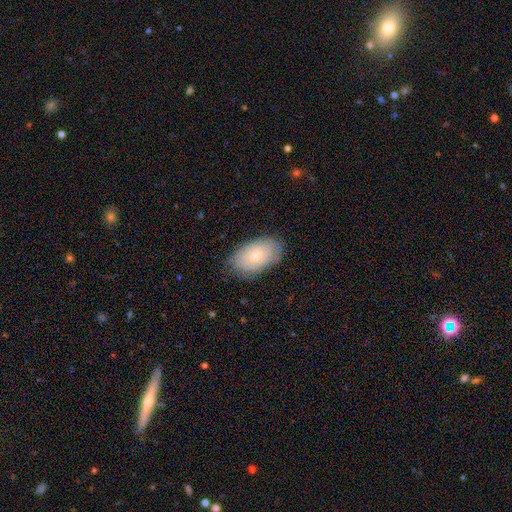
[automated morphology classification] type=smooth (67%); roundness=in between (92%); merging=none (79%).